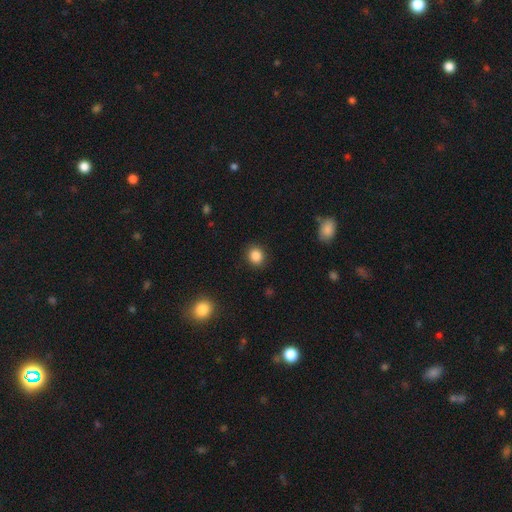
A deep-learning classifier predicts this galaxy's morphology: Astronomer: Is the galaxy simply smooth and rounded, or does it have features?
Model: smooth — 87%.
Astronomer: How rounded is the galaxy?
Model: round — 77%.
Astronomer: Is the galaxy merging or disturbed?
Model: none — 90%.